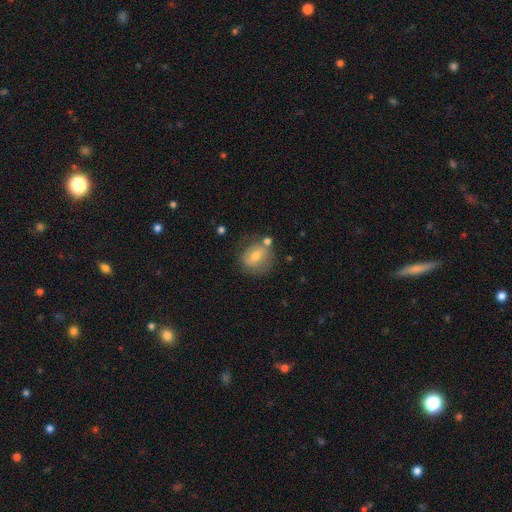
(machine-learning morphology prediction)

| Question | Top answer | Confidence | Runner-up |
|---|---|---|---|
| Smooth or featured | smooth | 55% | featured or disk (35%) |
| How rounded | round | 68% | in between (31%) |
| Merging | none | 66% | minor disturbance (18%) |